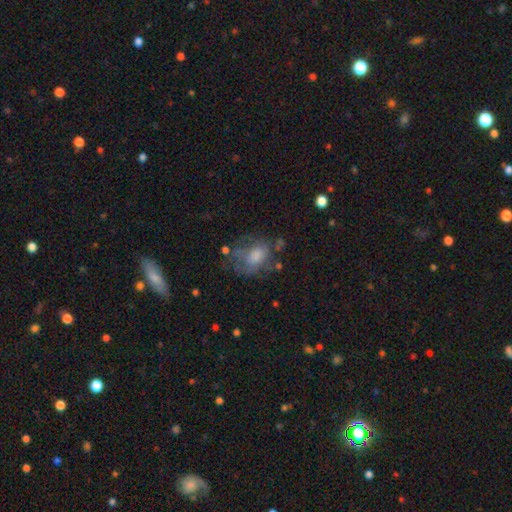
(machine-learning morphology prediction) A featured or disk galaxy (45%). Merging: none (47%).